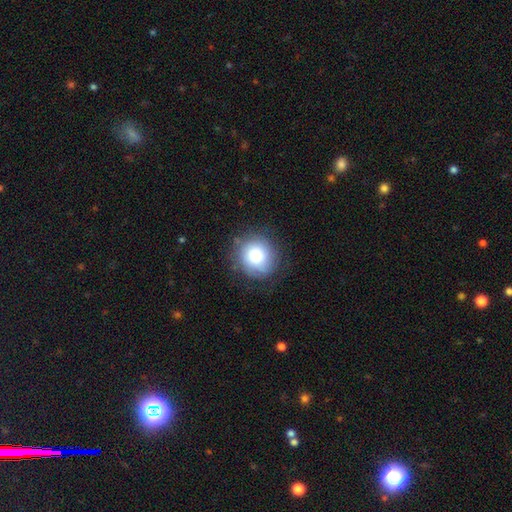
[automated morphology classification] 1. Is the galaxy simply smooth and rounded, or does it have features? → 77% smooth, 14% featured or disk, 9% star or artifact.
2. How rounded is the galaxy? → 90% round, 9% in between, 1% cigar-shaped.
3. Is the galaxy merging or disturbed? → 80% none, 14% minor disturbance, 5% major disturbance, 1% merger.